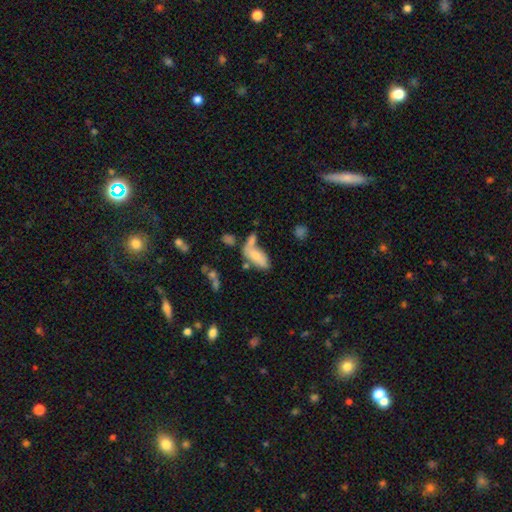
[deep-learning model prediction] Smooth or featured: smooth — 74% (featured or disk — 17%)
How rounded: in between — 83% (cigar-shaped — 14%)
Merging: merger — 40% (none — 31%)